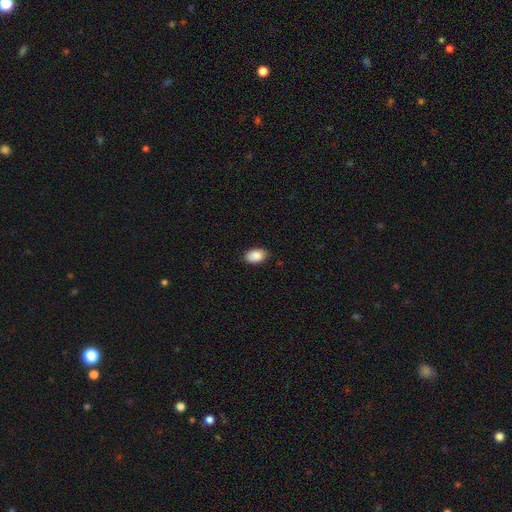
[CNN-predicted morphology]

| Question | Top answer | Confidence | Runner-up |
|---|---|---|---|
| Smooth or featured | smooth | 89% | star or artifact (7%) |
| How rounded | in between | 91% | round (7%) |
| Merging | none | 84% | minor disturbance (12%) |